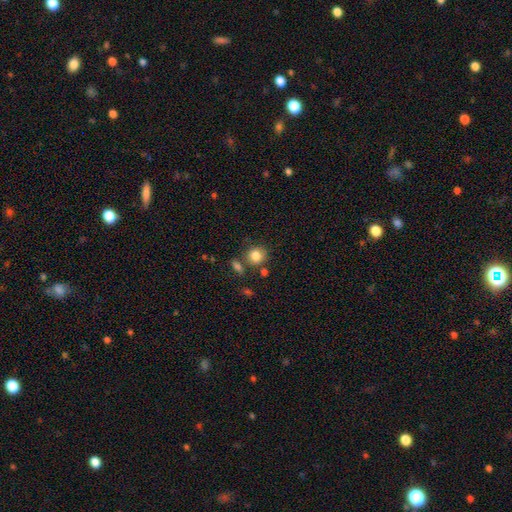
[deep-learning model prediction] The model was most divided on "merging": none: 72%, merger: 13%, minor disturbance: 12%, major disturbance: 4%. More confident: how rounded — round (83%); smooth or featured — smooth (83%).